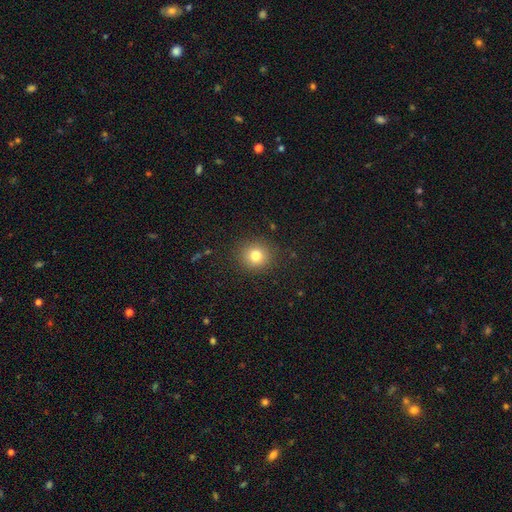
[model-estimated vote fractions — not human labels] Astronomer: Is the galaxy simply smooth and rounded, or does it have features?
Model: smooth — 80%.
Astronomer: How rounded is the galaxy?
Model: round — 90%.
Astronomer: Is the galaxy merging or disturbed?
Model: none — 90%.